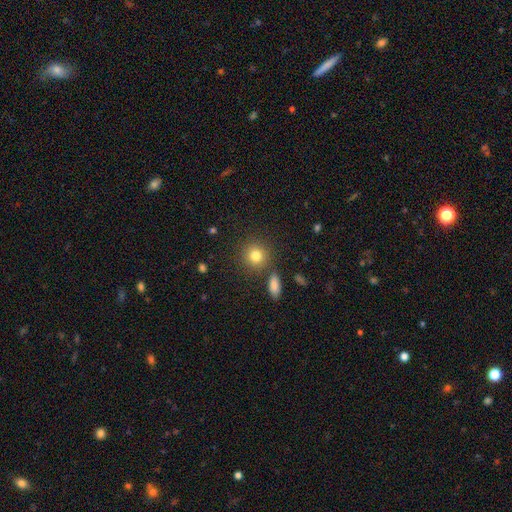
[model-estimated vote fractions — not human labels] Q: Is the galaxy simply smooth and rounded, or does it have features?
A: smooth — 81%.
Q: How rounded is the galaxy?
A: round — 89%.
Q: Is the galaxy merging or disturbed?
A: none — 83%.